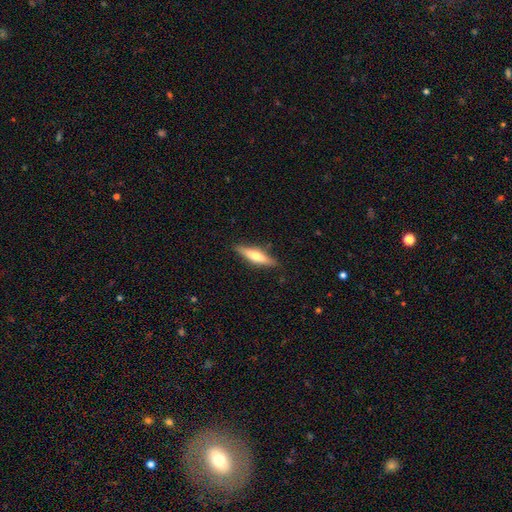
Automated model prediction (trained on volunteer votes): Overall: featured or disk (50%; smooth 44%). Merging: none (87%).